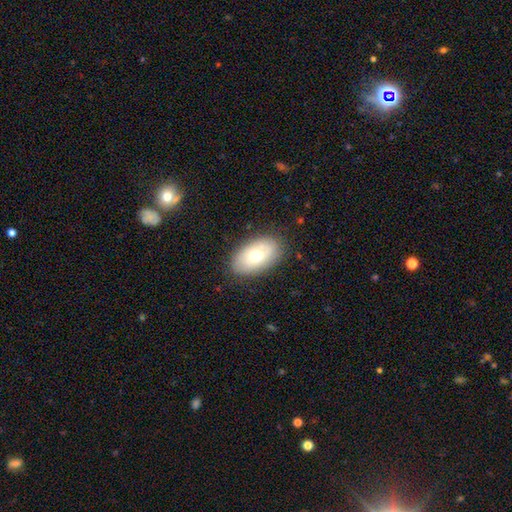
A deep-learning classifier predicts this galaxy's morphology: A smooth galaxy with no disk features (60%) that is in between round and cigar-shaped (91%).

Vote fractions:
- Smooth or featured? smooth: 60% / featured or disk: 33% / star or artifact: 7%
- How rounded? in between: 91% / round: 7% / cigar-shaped: 1%
- Merging? none: 82% / minor disturbance: 13% / major disturbance: 4% / merger: 1%